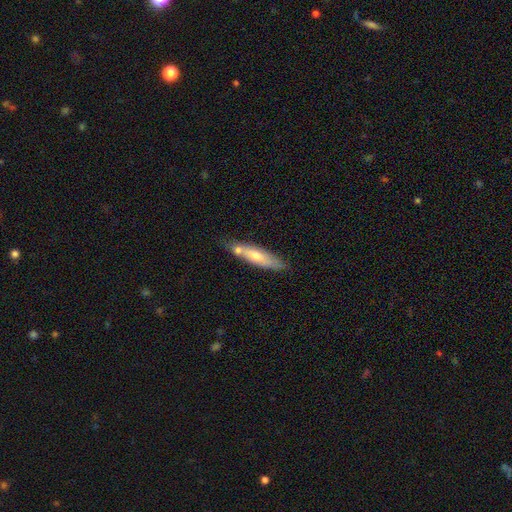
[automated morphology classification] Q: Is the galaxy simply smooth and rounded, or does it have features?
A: smooth — 52%.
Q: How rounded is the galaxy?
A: cigar-shaped — 79%.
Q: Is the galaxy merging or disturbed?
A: none — 67%.